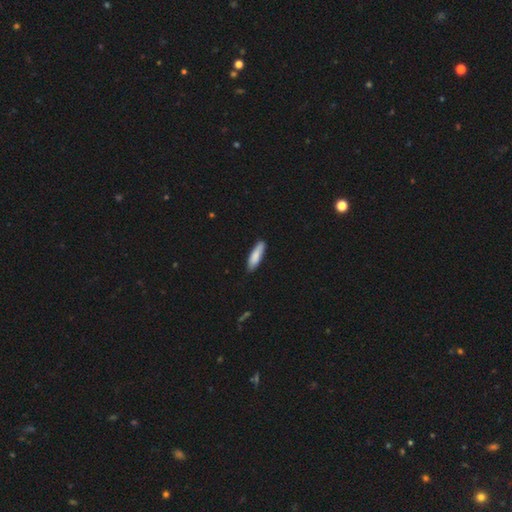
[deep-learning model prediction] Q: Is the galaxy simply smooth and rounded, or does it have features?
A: smooth — 83%.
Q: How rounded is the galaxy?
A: cigar-shaped — 62%.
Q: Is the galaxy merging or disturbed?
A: none — 82%.